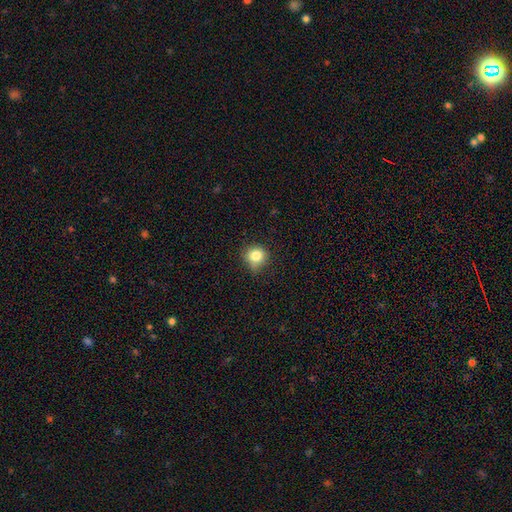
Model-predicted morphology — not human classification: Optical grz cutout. It shows a smooth galaxy with no disk features (81%) that is round (86%). Merging: none (69%).